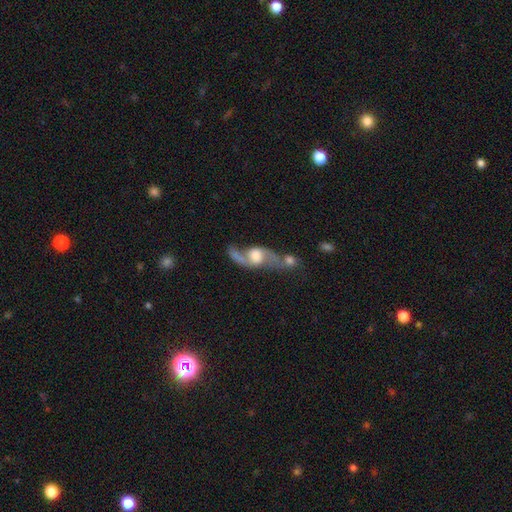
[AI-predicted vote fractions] This is likely a featured or disk galaxy (78%). It is clearly not viewed edge-on (87%). Bar: possibly no (54%). Spiral arm pattern: clearly yes (88%). Spiral arm count: clearly 2 (88%). Spiral winding: likely loose (78%). Central bulge: marginally large (44%). Merging: possibly merger (45%).